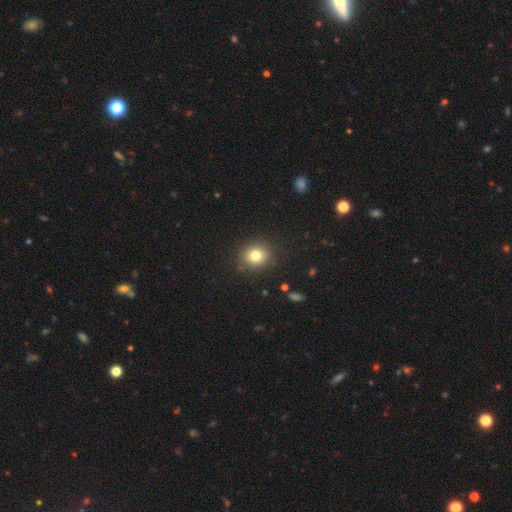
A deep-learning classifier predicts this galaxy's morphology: type=smooth (80%); roundness=round (77%); merging=none (88%).